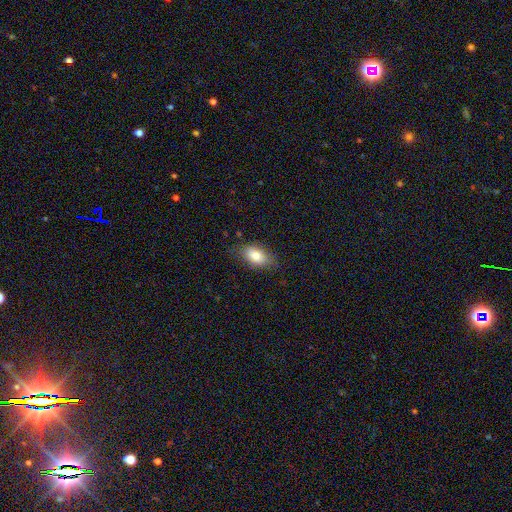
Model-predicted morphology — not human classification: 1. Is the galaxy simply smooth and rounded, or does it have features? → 81% smooth, 12% featured or disk, 8% star or artifact.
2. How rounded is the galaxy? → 90% in between, 6% round, 5% cigar-shaped.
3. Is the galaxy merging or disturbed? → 78% none, 16% minor disturbance, 4% major disturbance, 1% merger.